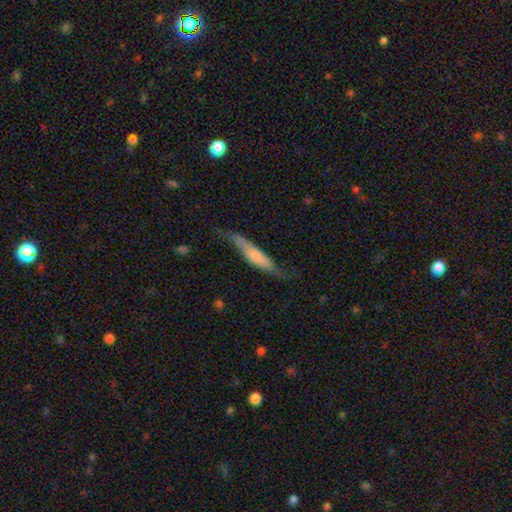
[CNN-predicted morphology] Q: Smooth or featured?
A: smooth (56%); runner-up: featured or disk (38%)
Q: How rounded?
A: cigar-shaped (84%); runner-up: in between (14%)
Q: Merging?
A: none (60%); runner-up: minor disturbance (28%)